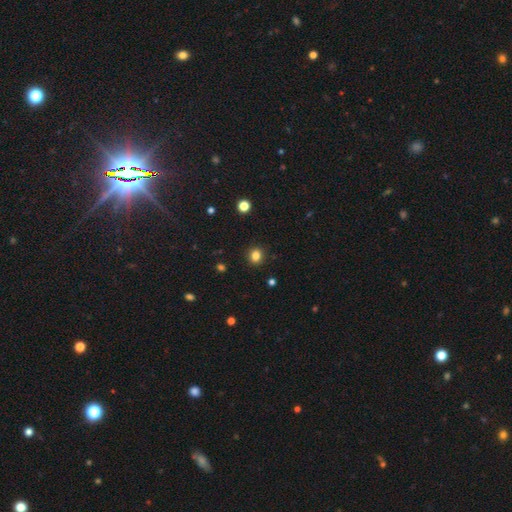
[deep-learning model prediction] Smooth or featured: smooth — 83% (star or artifact — 12%)
How rounded: round — 80% (in between — 19%)
Merging: none — 91% (minor disturbance — 6%)